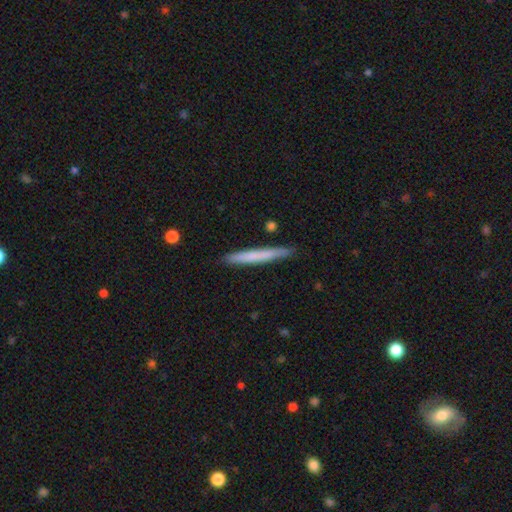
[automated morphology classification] Overall: smooth (65%; featured or disk 29%). How rounded: cigar-shaped (97%). Merging: none (89%).